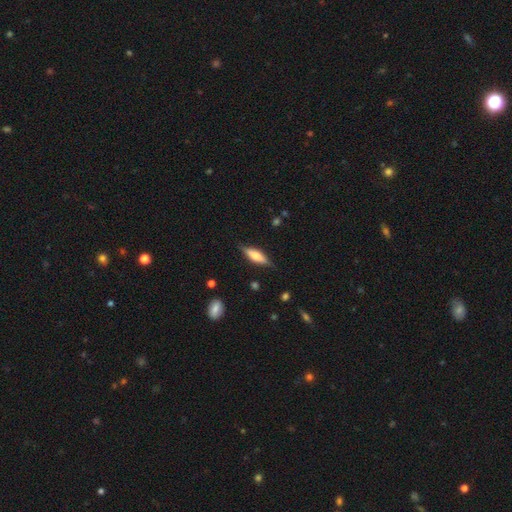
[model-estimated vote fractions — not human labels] smooth 50%, featured or disk 43%, star or artifact 6%. Down the decision tree: how rounded — cigar-shaped (54%); merging — none (82%).